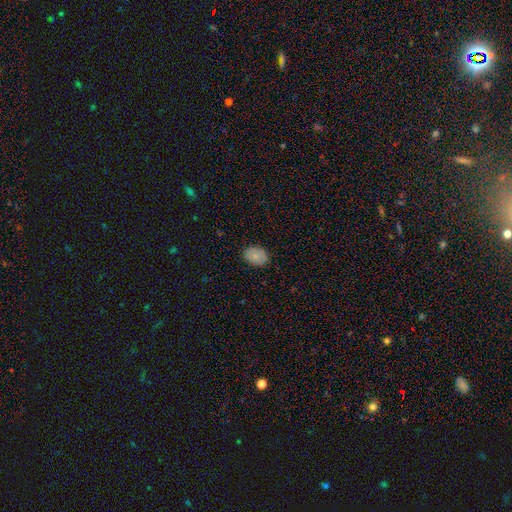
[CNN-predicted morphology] This is clearly a smooth galaxy (82%). How rounded: likely in between (76%). Merging: clearly none (86%).